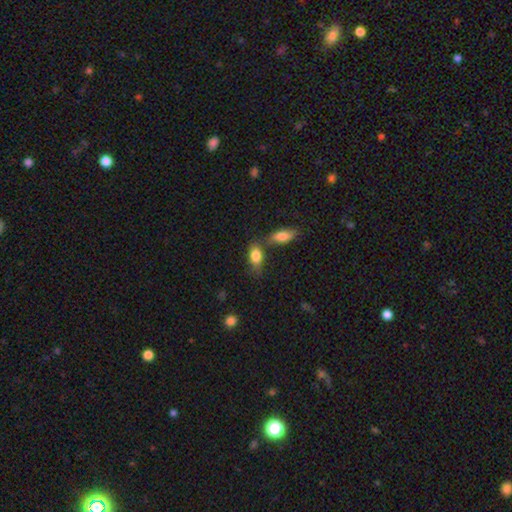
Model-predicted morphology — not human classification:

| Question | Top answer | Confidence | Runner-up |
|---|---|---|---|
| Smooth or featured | smooth | 82% | featured or disk (10%) |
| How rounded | in between | 84% | round (10%) |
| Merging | none | 50% | merger (26%) |